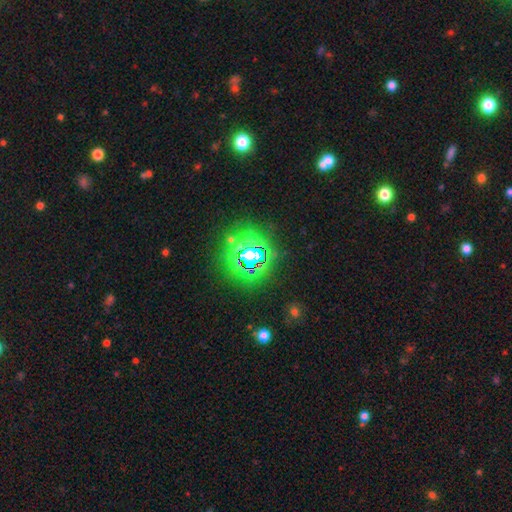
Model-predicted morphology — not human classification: star or artifact 80%, smooth 13%, featured or disk 7%.